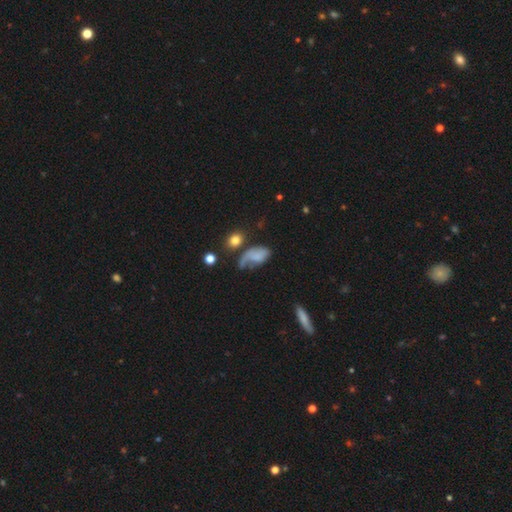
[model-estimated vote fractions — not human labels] Smooth or featured? Predicted: smooth (p=0.57). How rounded? Predicted: in between (p=0.87). Merging? Predicted: major disturbance (p=0.36).